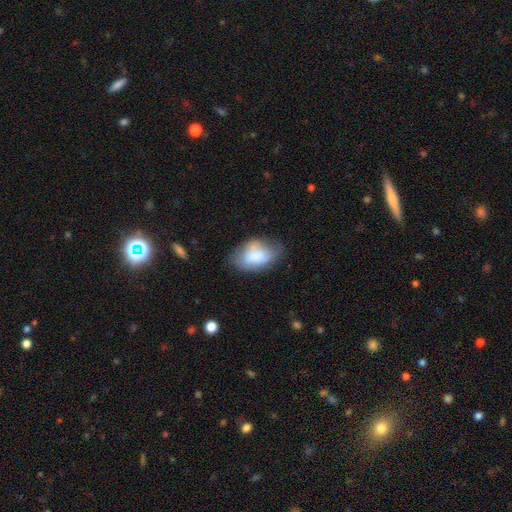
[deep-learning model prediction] This is likely a smooth galaxy (77%). How rounded: clearly in between (87%). Merging: possibly none (52%).